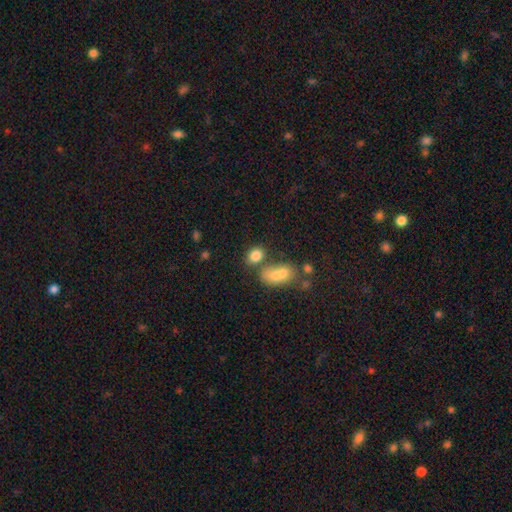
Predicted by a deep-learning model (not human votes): smooth_or_featured: smooth (p=0.82) [alt: star or artifact p=0.10]
how_rounded: in between (p=0.70) [alt: round p=0.27]
merging: none (p=0.53) [alt: merger p=0.29]